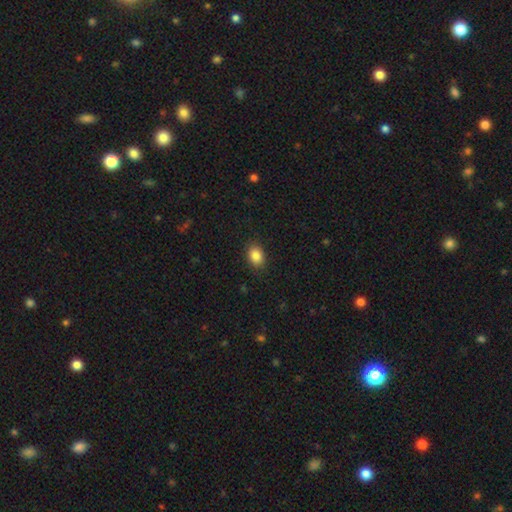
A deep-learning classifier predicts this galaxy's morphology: Smooth or featured: smooth — 86% (star or artifact — 9%)
How rounded: in between — 69% (round — 30%)
Merging: none — 88% (minor disturbance — 9%)